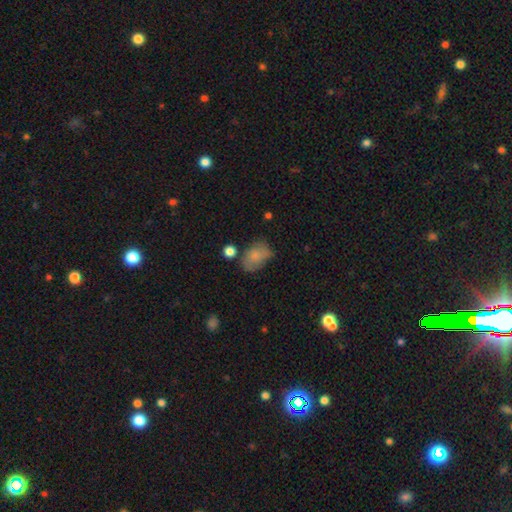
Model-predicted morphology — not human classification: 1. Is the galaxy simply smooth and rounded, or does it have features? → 75% smooth, 16% featured or disk, 9% star or artifact.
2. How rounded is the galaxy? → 81% in between, 18% round, 1% cigar-shaped.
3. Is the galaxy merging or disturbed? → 52% none, 30% minor disturbance, 12% major disturbance, 7% merger.